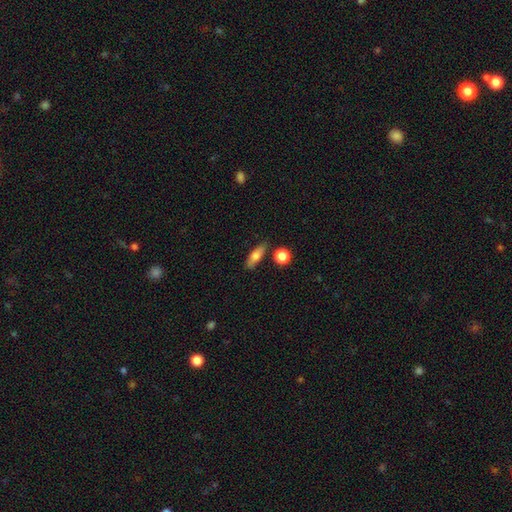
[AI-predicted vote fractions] A smooth galaxy with no disk features (70%) that is in between round and cigar-shaped (56%).

Vote fractions:
- Smooth or featured? smooth: 70% / featured or disk: 23% / star or artifact: 8%
- How rounded? in between: 56% / cigar-shaped: 38% / round: 6%
- Merging? none: 78% / minor disturbance: 13% / merger: 6% / major disturbance: 3%